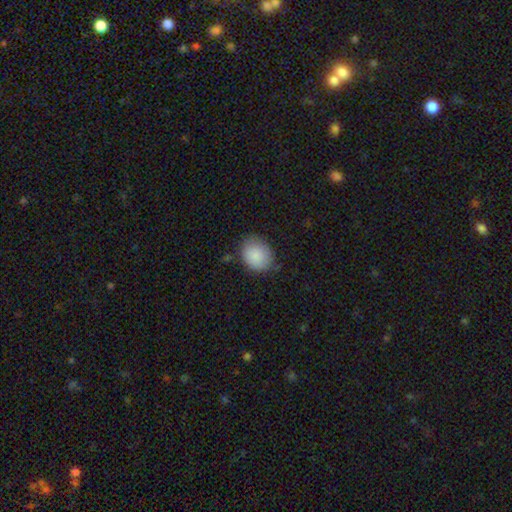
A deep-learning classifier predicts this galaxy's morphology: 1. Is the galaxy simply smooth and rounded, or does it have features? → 88% smooth, 7% star or artifact, 5% featured or disk.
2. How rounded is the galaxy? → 59% round, 40% in between, 1% cigar-shaped.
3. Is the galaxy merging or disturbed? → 71% none, 23% minor disturbance, 5% major disturbance, 2% merger.